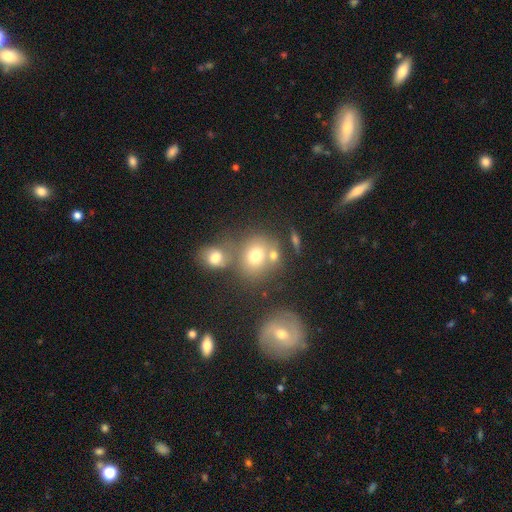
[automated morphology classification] type=smooth (72%); roundness=round (72%); merging=none (50%).